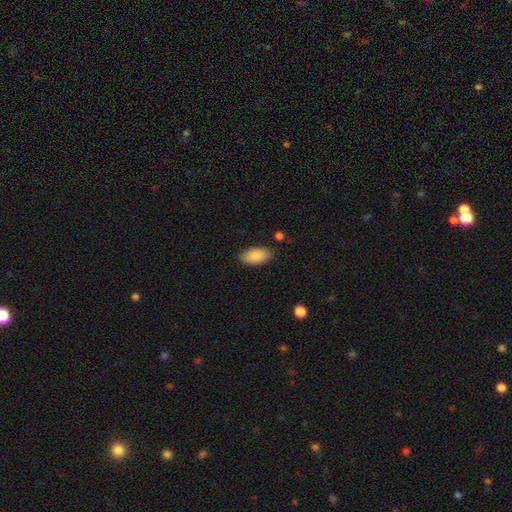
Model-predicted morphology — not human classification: Q: Smooth or featured?
A: smooth (86%); runner-up: featured or disk (8%)
Q: How rounded?
A: in between (93%); runner-up: cigar-shaped (4%)
Q: Merging?
A: none (85%); runner-up: minor disturbance (10%)